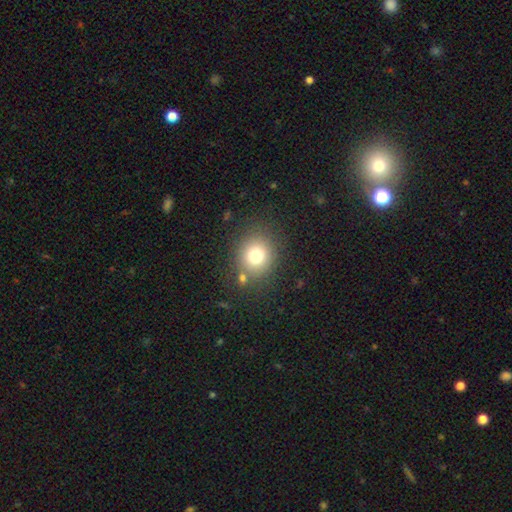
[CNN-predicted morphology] Q: Smooth or featured?
A: smooth (75%); runner-up: star or artifact (14%)
Q: How rounded?
A: round (82%); runner-up: in between (17%)
Q: Merging?
A: none (80%); runner-up: minor disturbance (9%)